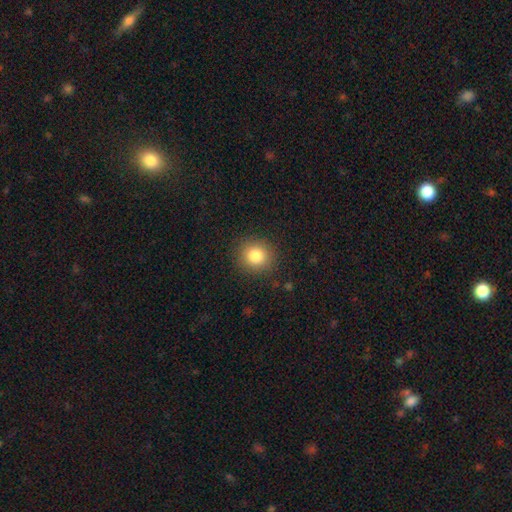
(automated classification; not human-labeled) smooth 83%, star or artifact 11%, featured or disk 6%. Down the decision tree: how rounded — round (89%); merging — none (89%).